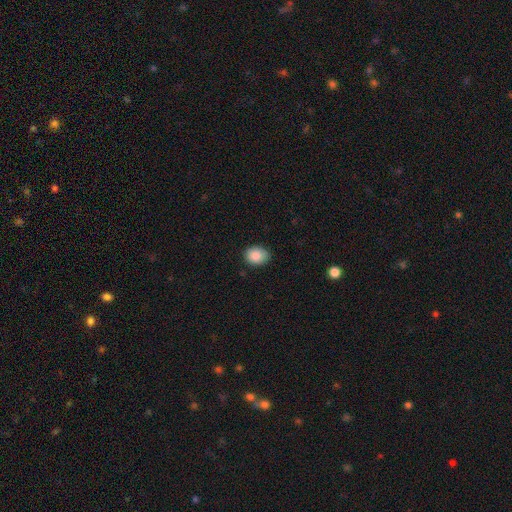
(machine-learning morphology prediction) The model was most divided on "how rounded": round: 53%, in between: 46%, cigar-shaped: 1%. More confident: smooth or featured — smooth (87%); merging — none (80%).